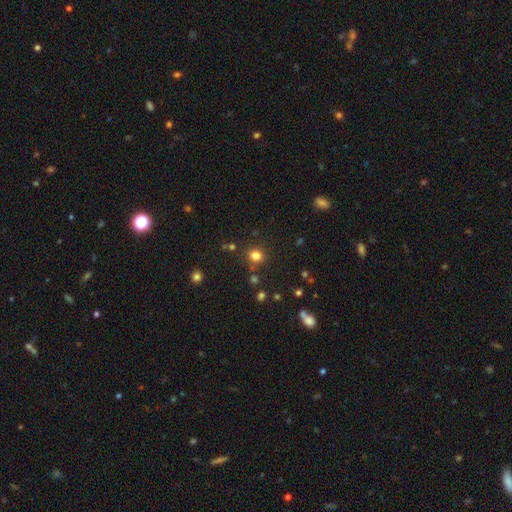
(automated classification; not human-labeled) Smooth or featured: smooth — 78% (star or artifact — 16%)
How rounded: round — 86% (in between — 13%)
Merging: none — 83% (minor disturbance — 8%)